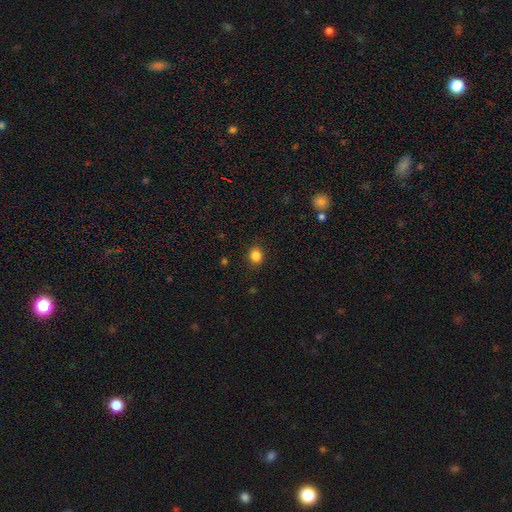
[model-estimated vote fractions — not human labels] smooth_or_featured: smooth (p=0.84) [alt: star or artifact p=0.11]
how_rounded: round (p=0.74) [alt: in between p=0.25]
merging: none (p=0.88) [alt: minor disturbance p=0.08]